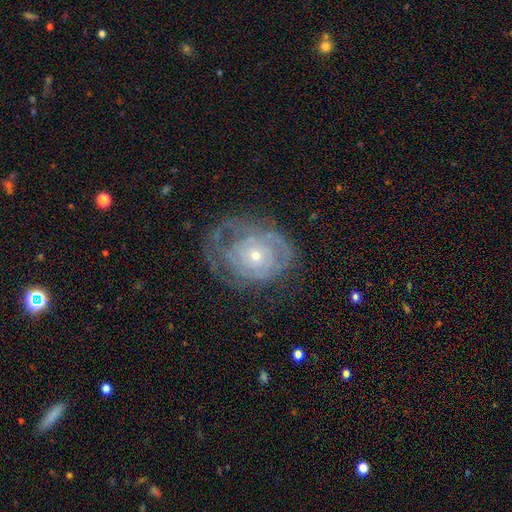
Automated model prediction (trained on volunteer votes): This is likely a featured or disk galaxy (76%). It is clearly not viewed edge-on (96%). Bar: clearly no (84%). Spiral arm pattern: likely yes (74%). Spiral arm count: possibly can't tell (56%). Spiral winding: likely tight (73%). Central bulge: likely small (67%). Merging: possibly none (52%).